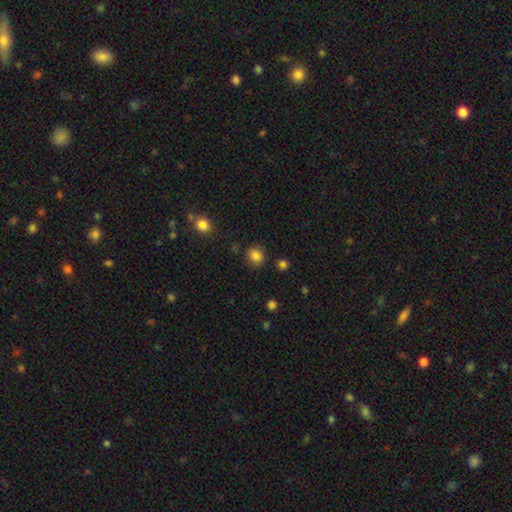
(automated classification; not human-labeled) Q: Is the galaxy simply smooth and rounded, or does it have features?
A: smooth — 84%.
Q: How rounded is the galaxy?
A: round — 76%.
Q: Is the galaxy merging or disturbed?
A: none — 82%.